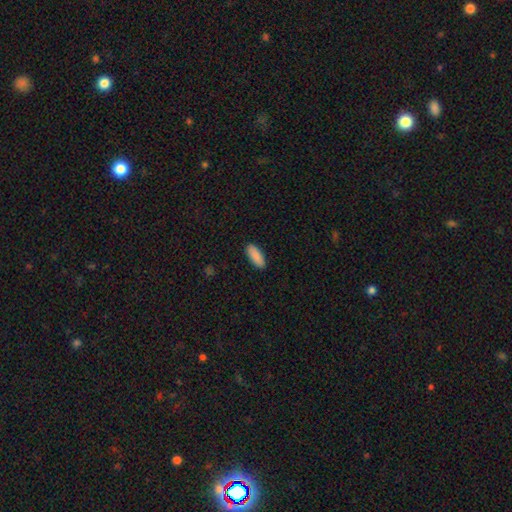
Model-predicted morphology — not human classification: smooth 90%, star or artifact 6%, featured or disk 4%. Down the decision tree: how rounded — in between (76%); merging — none (91%).